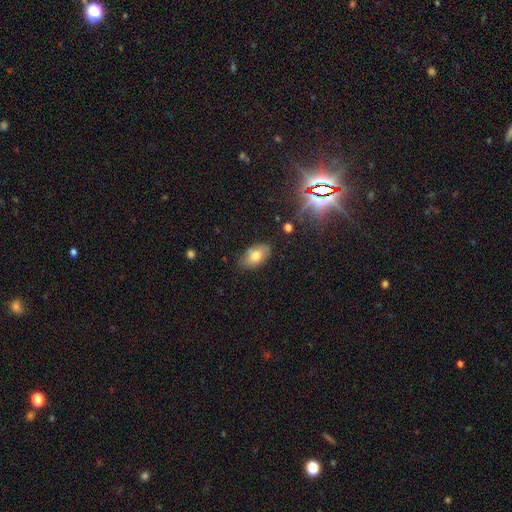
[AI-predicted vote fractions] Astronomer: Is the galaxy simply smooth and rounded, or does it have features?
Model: smooth — 74%.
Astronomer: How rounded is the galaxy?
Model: in between — 91%.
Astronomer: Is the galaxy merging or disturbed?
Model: none — 80%.